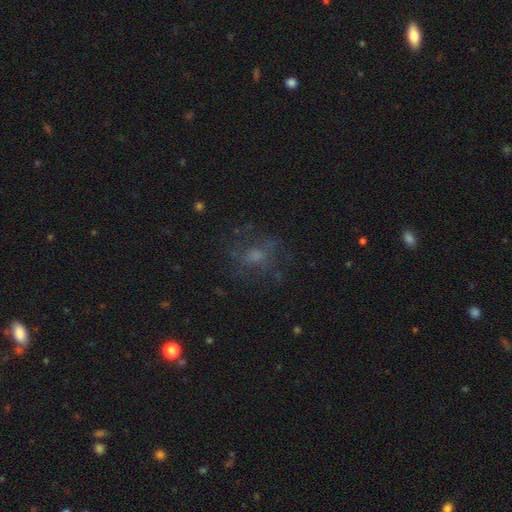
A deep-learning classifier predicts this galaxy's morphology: This is marginally a smooth galaxy (41%). Merging: likely none (63%).